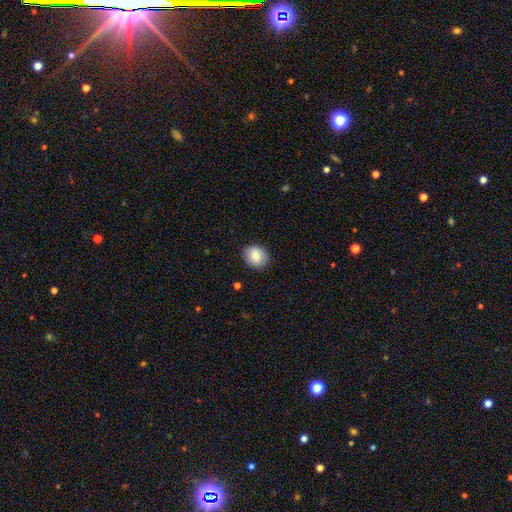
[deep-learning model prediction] Smooth or featured? smooth (83%)
How rounded? round (62%)
Merging? none (88%)